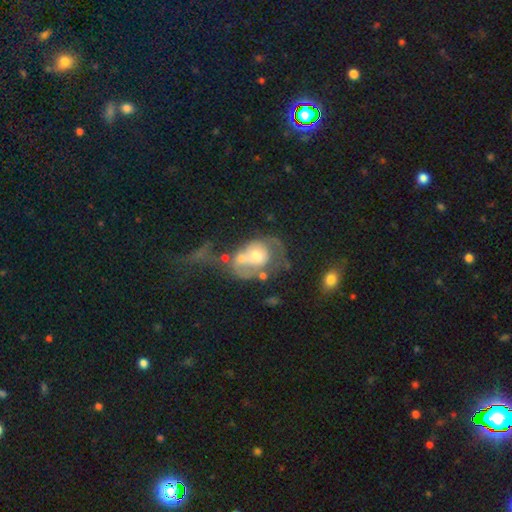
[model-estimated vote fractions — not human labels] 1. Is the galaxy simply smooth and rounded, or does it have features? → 57% featured or disk, 34% smooth, 9% star or artifact.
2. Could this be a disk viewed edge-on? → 97% no, 3% yes.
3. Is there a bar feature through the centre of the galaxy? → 82% no, 14% weak, 3% strong.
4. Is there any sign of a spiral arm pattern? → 58% no, 42% yes.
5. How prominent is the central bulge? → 60% moderate, 19% small, 16% large, 3% none, 2% dominant.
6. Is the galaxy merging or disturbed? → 39% merger, 33% major disturbance, 16% none, 12% minor disturbance.